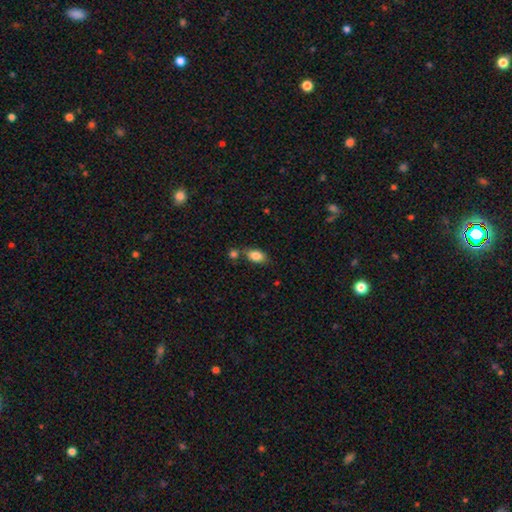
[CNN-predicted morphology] A smooth galaxy with no disk features (85%) that is in between round and cigar-shaped (88%).

Vote fractions:
- Smooth or featured? smooth: 85% / star or artifact: 8% / featured or disk: 7%
- How rounded? in between: 88% / round: 9% / cigar-shaped: 3%
- Merging? none: 62% / merger: 19% / minor disturbance: 15% / major disturbance: 4%